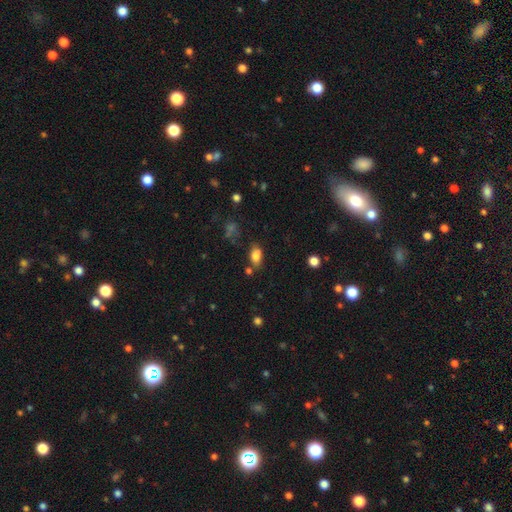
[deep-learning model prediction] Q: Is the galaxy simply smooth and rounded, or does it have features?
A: smooth — 80%.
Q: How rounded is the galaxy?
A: in between — 86%.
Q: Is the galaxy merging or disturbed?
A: none — 58%.